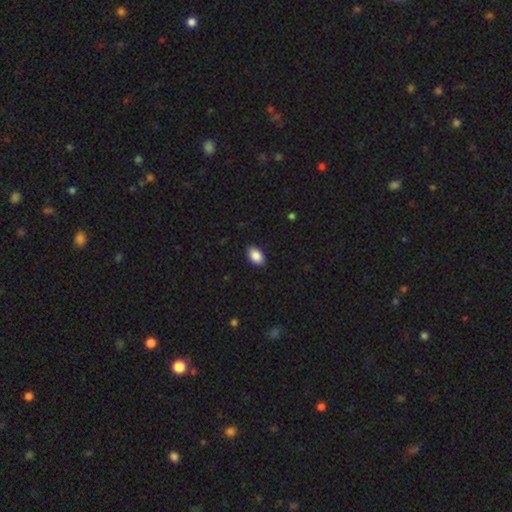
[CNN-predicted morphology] Overall: smooth (89%). How rounded: in between (91%). Merging: none (89%).